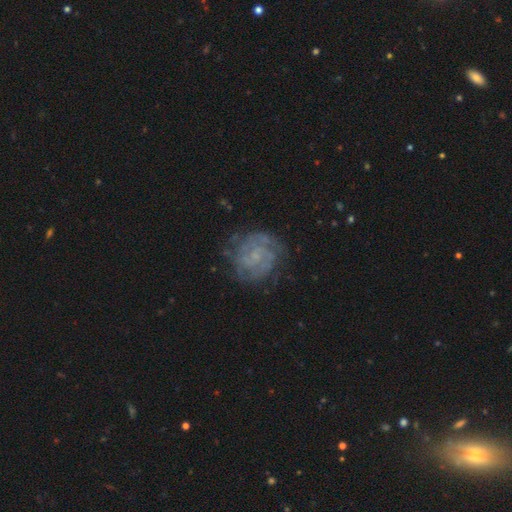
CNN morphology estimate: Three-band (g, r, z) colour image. It shows a featured or disk galaxy (78%) with no bar (65%), tight (61%) spiral arms (91%) and a small central bulge (55%). Merging: none (73%).